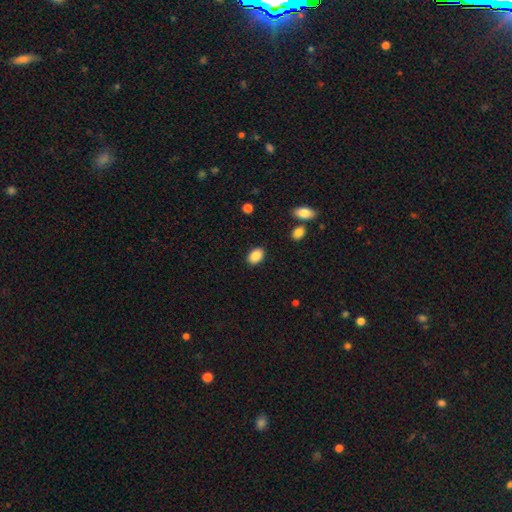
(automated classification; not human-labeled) Smooth or featured? smooth (87%)
How rounded? in between (83%)
Merging? none (88%)